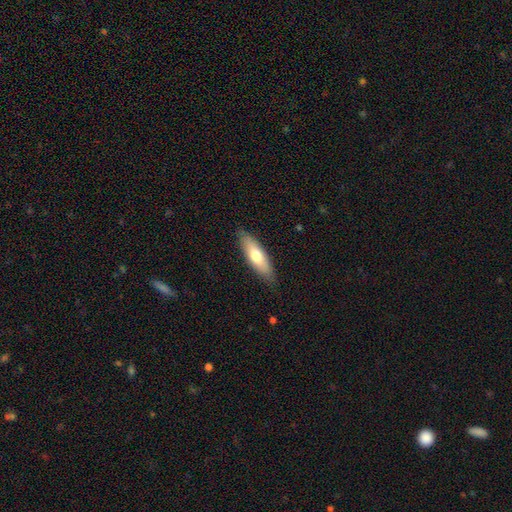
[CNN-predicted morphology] This is likely a smooth galaxy (69%). How rounded: possibly in between (50%). Merging: clearly none (86%).